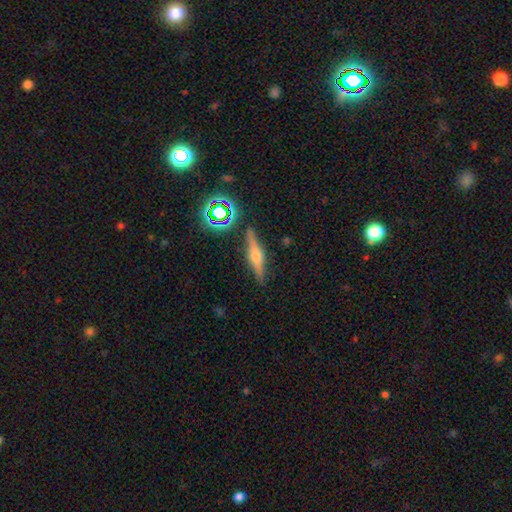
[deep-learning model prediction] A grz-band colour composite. It shows a featured or disk galaxy (68%) viewed edge-on (96%) with a rounded central bulge (91%). Merging: none (87%).